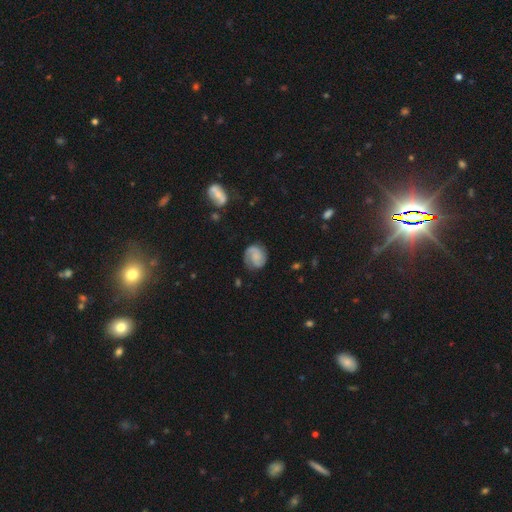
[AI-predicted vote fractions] This is likely a featured or disk galaxy (66%). It is clearly not viewed edge-on (98%). Bar: likely no (61%). Spiral arm pattern: clearly yes (94%). Spiral arm count: likely 2 (76%). Spiral winding: marginally medium (44%). Central bulge: possibly none (51%). Merging: likely none (73%).